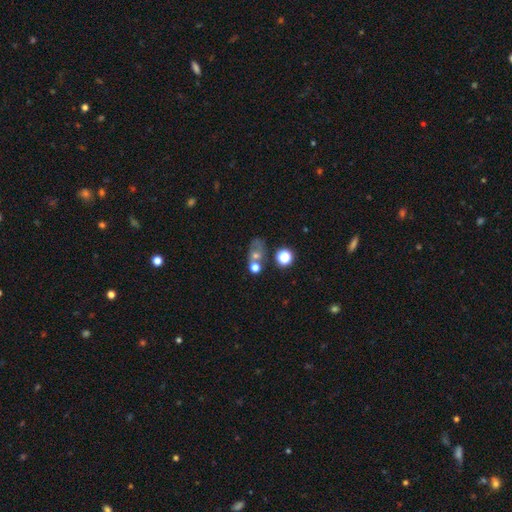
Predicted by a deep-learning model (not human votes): The model was most divided on "smooth or featured": smooth: 45%, featured or disk: 29%, star or artifact: 26%. Remaining: merging — none (46%).